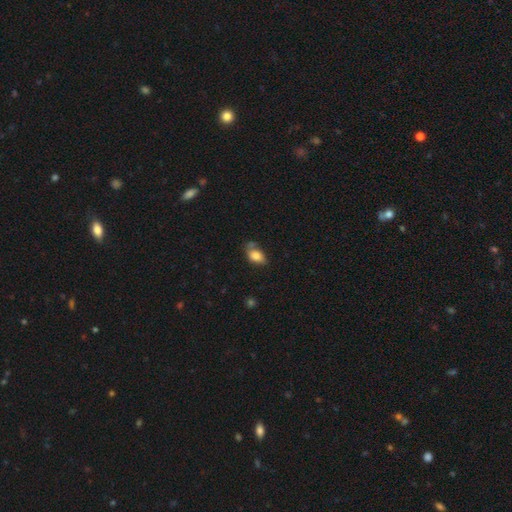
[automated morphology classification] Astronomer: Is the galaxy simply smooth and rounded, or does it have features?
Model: smooth — 80%.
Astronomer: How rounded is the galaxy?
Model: in between — 87%.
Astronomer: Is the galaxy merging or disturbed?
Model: none — 49% (runner-up: minor disturbance, 32%).